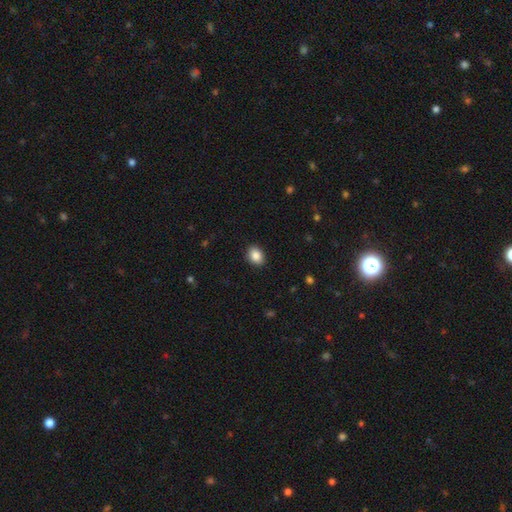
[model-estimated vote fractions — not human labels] This appears to be a smooth galaxy with no disk features (87%) that is in between round and cigar-shaped (69%). Merging: none (90%).